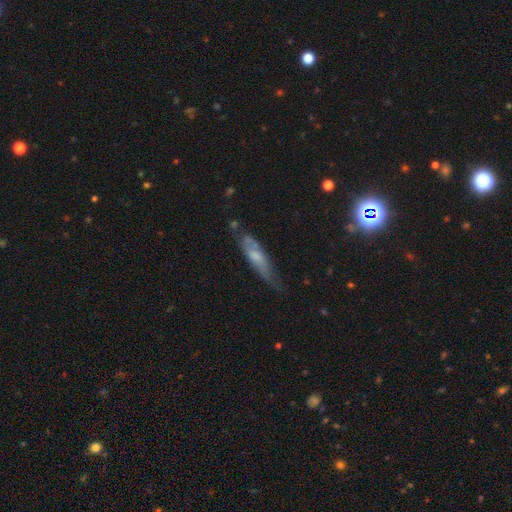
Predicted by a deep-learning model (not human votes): Overall: featured or disk (48%; smooth 44%). Merging: none (45%; minor disturbance 34%).